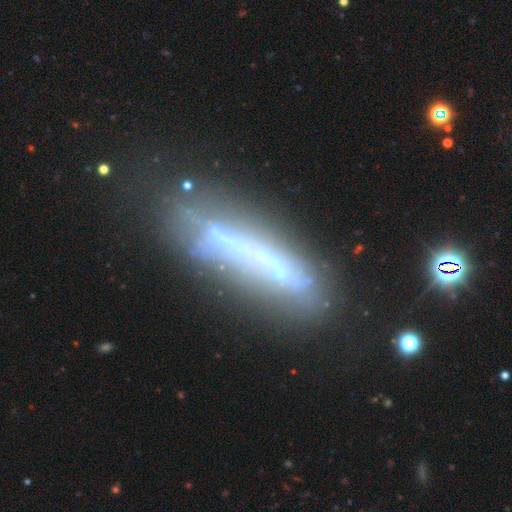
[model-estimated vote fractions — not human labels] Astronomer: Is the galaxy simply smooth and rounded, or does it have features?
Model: featured or disk — 66%.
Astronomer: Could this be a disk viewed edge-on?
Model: yes — 69%.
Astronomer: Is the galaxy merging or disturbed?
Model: none — 60%.